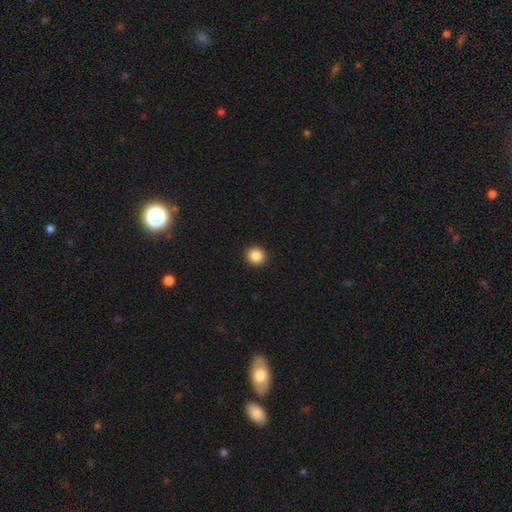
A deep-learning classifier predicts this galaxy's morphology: Overall: smooth (87%). How rounded: round (93%). Merging: none (94%).